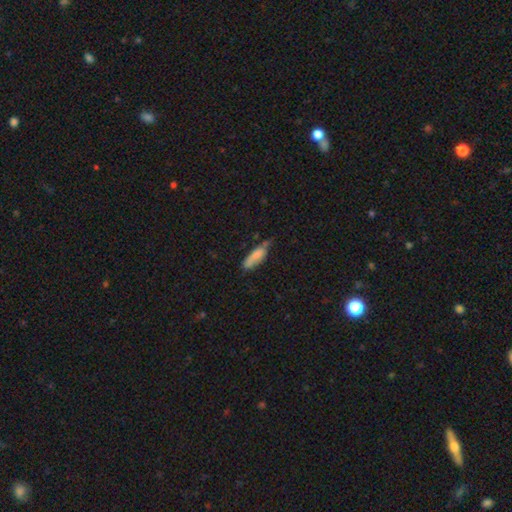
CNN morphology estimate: A smooth galaxy with no disk features (78%) that is in between round and cigar-shaped (54%). Merging: none (43%).